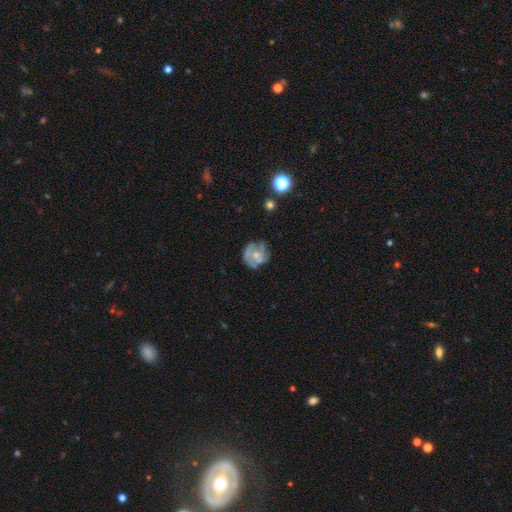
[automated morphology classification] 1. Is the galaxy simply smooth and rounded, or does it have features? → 62% featured or disk, 30% smooth, 8% star or artifact.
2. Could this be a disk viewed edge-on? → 98% no, 2% yes.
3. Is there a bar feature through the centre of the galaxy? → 77% no, 19% weak, 4% strong.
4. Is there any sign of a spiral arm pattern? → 59% yes, 41% no.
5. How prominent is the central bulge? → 46% small, 43% moderate, 7% none, 2% large, 1% dominant.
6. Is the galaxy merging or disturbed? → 54% none, 25% minor disturbance, 16% major disturbance, 5% merger.